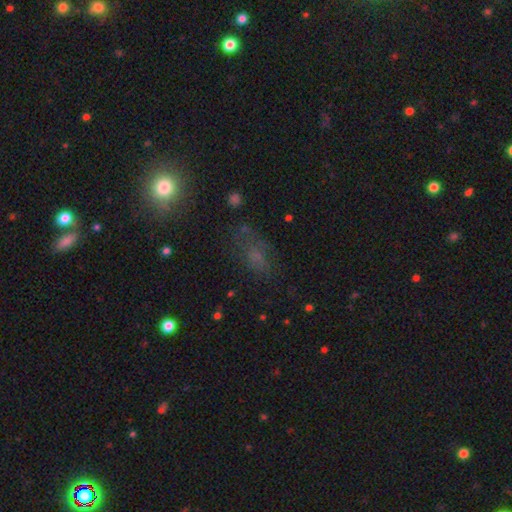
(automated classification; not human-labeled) This appears to be a smooth galaxy with no disk features (51%) that is in between round and cigar-shaped (77%). Merging: none (55%).